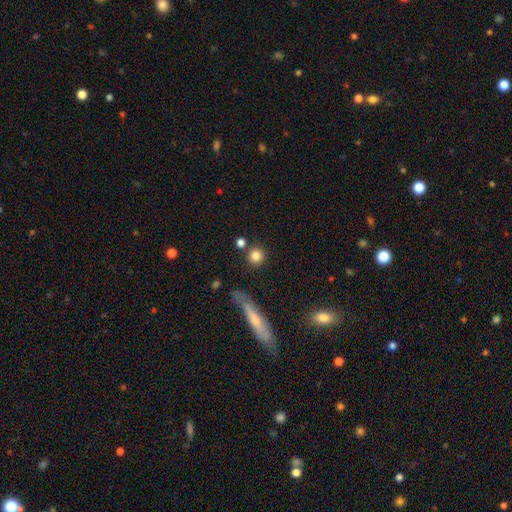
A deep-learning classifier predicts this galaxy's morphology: Smooth or featured: smooth — 82% (star or artifact — 10%)
How rounded: round — 91% (in between — 7%)
Merging: none — 79% (merger — 10%)